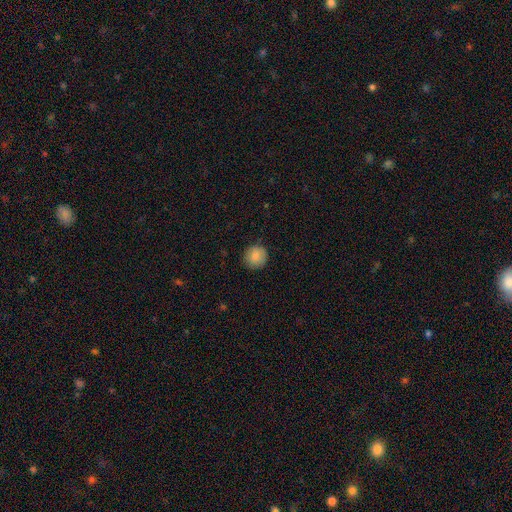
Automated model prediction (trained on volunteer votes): smooth_or_featured: smooth (p=0.86) [alt: star or artifact p=0.08]
how_rounded: round (p=0.92) [alt: in between p=0.07]
merging: none (p=0.87) [alt: minor disturbance p=0.10]